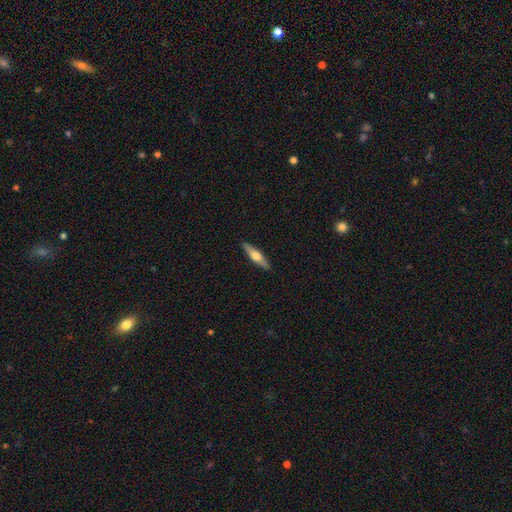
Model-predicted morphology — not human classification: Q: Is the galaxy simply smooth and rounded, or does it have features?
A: featured or disk — 55%.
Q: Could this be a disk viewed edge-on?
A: yes — 94%.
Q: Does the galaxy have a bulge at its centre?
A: rounded — 93%.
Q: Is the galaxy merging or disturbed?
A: none — 90%.